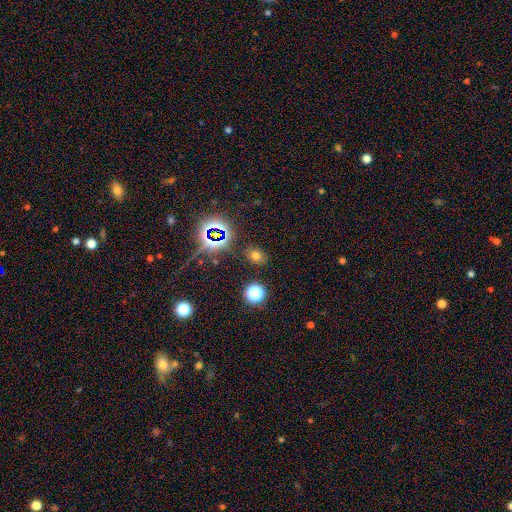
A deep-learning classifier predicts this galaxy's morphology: Smooth or featured? Predicted: smooth (p=0.63). How rounded? Predicted: in between (p=0.51). Merging? Predicted: none (p=0.85).